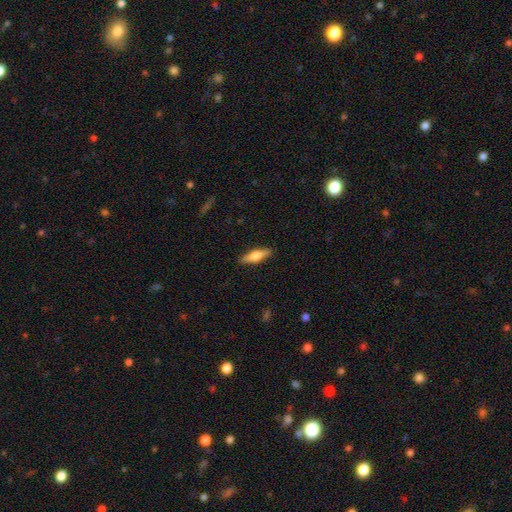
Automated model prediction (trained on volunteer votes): This appears to be a smooth galaxy with no disk features (52%) that is cigar-shaped (58%). Merging: none (89%).